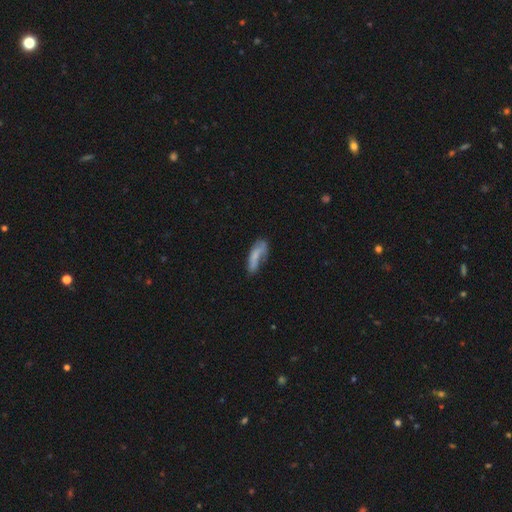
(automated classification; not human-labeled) A smooth galaxy with no disk features (63%) that is in between round and cigar-shaped (55%).

Vote fractions:
- Smooth or featured? smooth: 63% / featured or disk: 29% / star or artifact: 9%
- How rounded? in between: 55% / cigar-shaped: 43% / round: 2%
- Merging? none: 39% / minor disturbance: 31% / major disturbance: 22% / merger: 8%